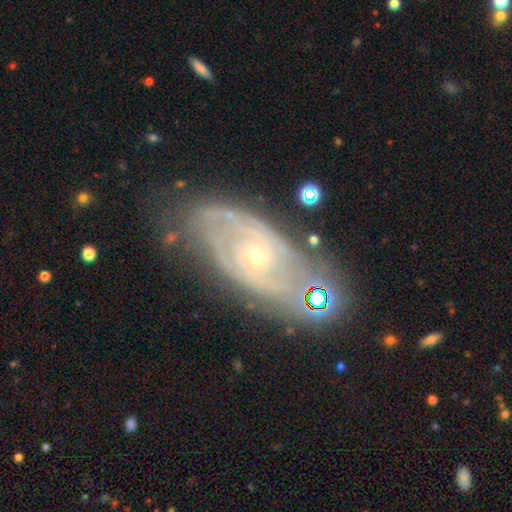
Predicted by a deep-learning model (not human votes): Overall: featured or disk (83%). Edge-on disk: no (92%). Bar: no (76%). Spiral arms: yes (87%). Spiral arm count: can't tell (39%; 2 34%). Spiral winding: tight (66%; medium 26%). Bulge size: small (74%). Merging: none (69%).